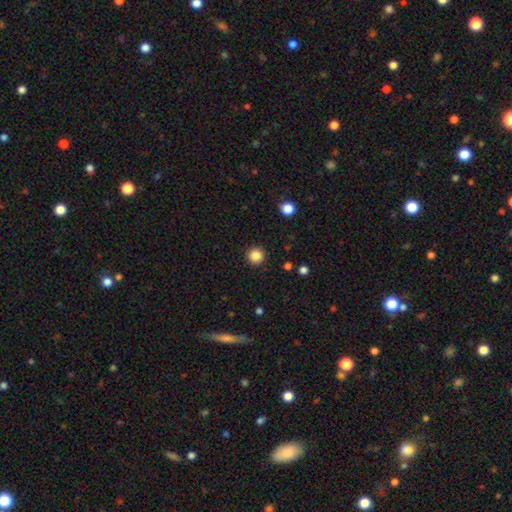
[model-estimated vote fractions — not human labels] A smooth galaxy with no disk features (85%) that is round (95%).

Vote fractions:
- Smooth or featured? smooth: 85% / star or artifact: 11% / featured or disk: 4%
- How rounded? round: 95% / in between: 4% / cigar-shaped: 1%
- Merging? none: 93% / minor disturbance: 5% / major disturbance: 2% / merger: 1%